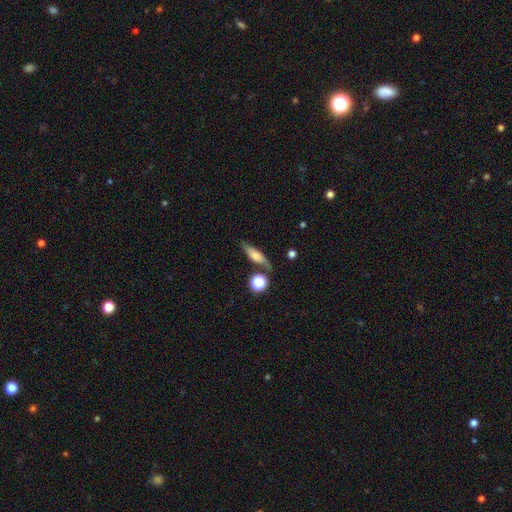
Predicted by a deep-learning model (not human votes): A smooth galaxy with no disk features (50%) that is cigar-shaped (47%). Merging: none (66%).